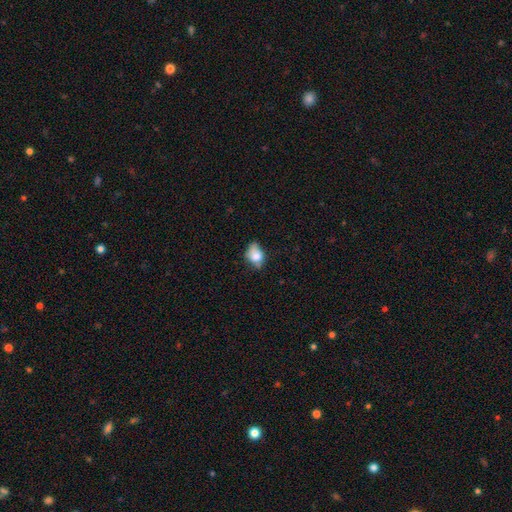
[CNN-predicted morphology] Smooth or featured: smooth — 73% (featured or disk — 18%)
How rounded: in between — 73% (round — 26%)
Merging: minor disturbance — 40% (tied with none — 40%)